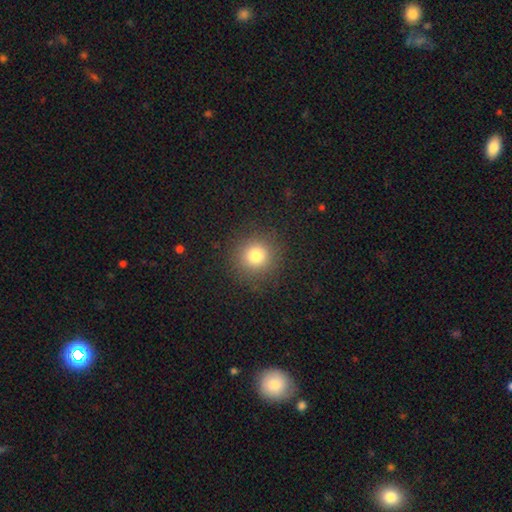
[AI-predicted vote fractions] A smooth galaxy with no disk features (78%) that is round (93%).

Vote fractions:
- Smooth or featured? smooth: 78% / star or artifact: 14% / featured or disk: 8%
- How rounded? round: 93% / in between: 6% / cigar-shaped: 1%
- Merging? none: 90% / minor disturbance: 6% / major disturbance: 3% / merger: 1%